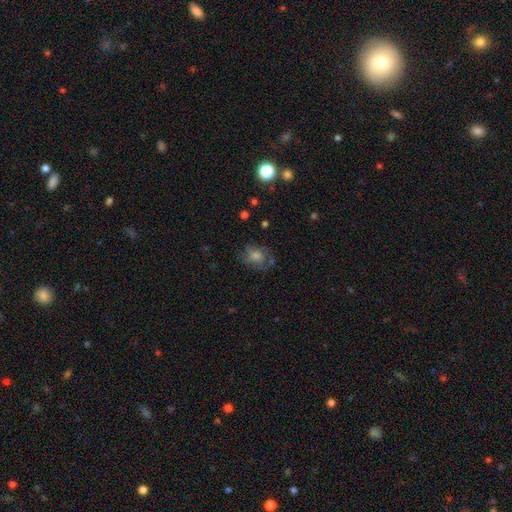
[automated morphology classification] A smooth galaxy with no disk features (60%) that is round (52%). Merging: none (58%).